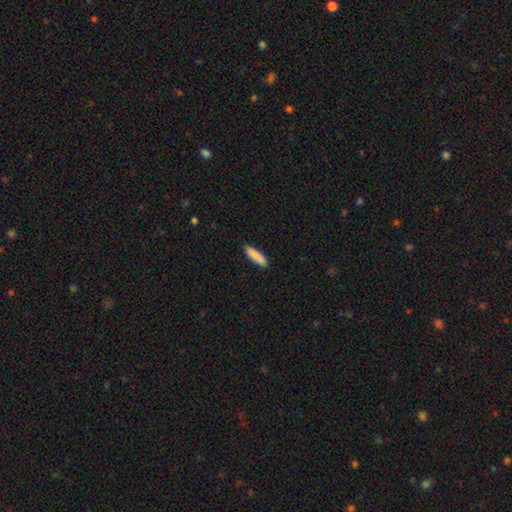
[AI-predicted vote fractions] Smooth or featured: smooth — 88% (featured or disk — 6%)
How rounded: cigar-shaped — 77% (in between — 22%)
Merging: none — 89% (minor disturbance — 9%)